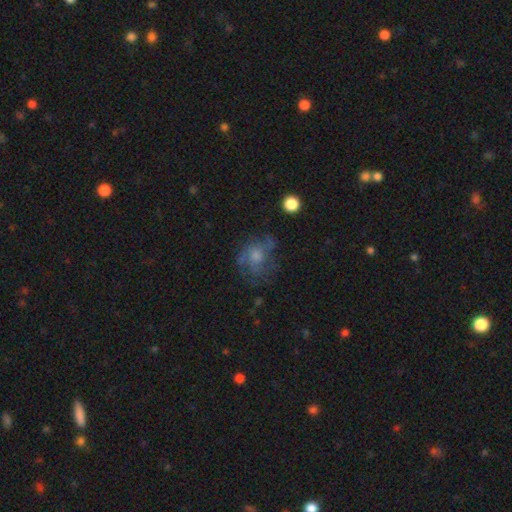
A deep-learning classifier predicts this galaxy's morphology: type=featured or disk (52%); edge-on=no (96%); bar=no (81%); spiral arms=yes (65%); bulge=moderate (51%); merging=none (58%).